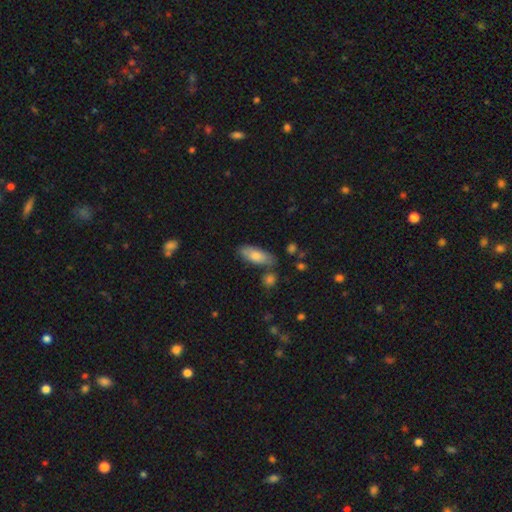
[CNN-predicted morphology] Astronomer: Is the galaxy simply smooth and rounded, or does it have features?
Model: smooth — 74%.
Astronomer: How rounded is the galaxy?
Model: in between — 73%.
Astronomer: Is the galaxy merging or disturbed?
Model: none — 76%.